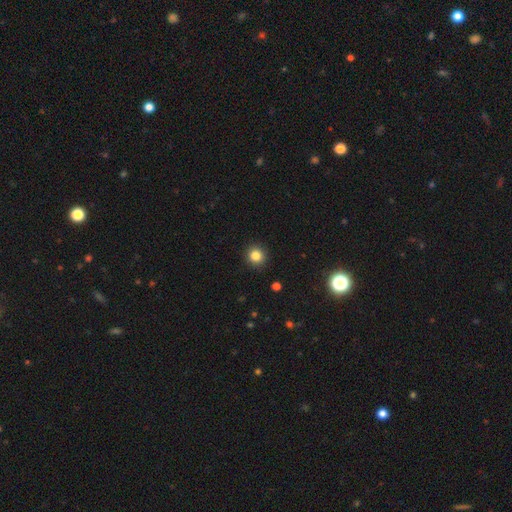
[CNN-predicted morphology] Smooth or featured? Predicted: smooth (p=0.84). How rounded? Predicted: round (p=0.92). Merging? Predicted: none (p=0.91).